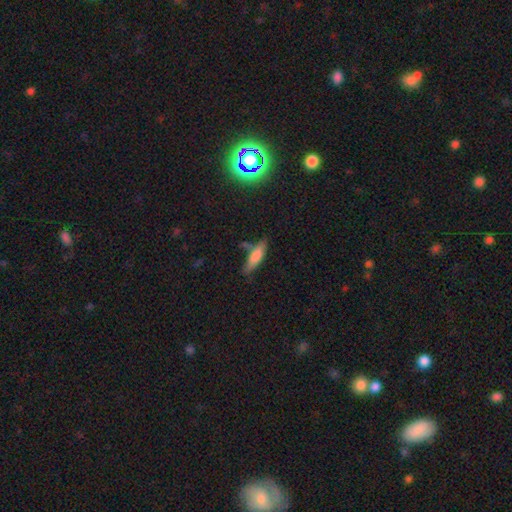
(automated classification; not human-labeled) Q: Smooth or featured?
A: smooth (74%); runner-up: featured or disk (18%)
Q: How rounded?
A: cigar-shaped (63%); runner-up: in between (35%)
Q: Merging?
A: none (61%); runner-up: minor disturbance (21%)